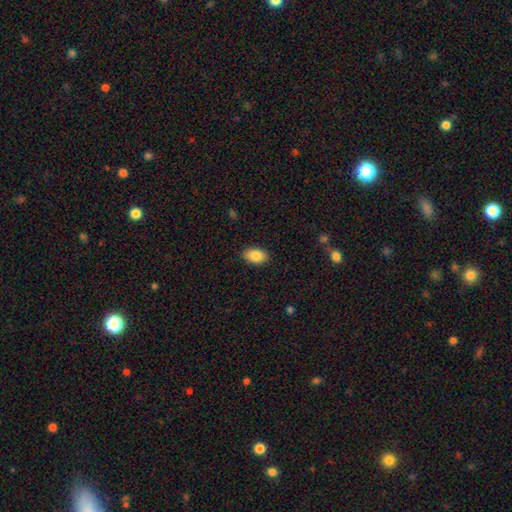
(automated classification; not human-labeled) Smooth or featured: smooth — 85% (featured or disk — 7%)
How rounded: in between — 91% (round — 8%)
Merging: none — 89% (minor disturbance — 8%)